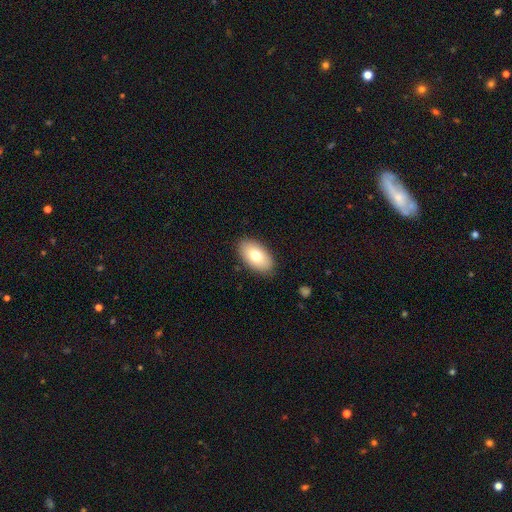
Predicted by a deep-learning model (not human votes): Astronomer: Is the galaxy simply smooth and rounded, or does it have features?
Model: smooth — 74%.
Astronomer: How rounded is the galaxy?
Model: in between — 94%.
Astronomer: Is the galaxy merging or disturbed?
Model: none — 87%.